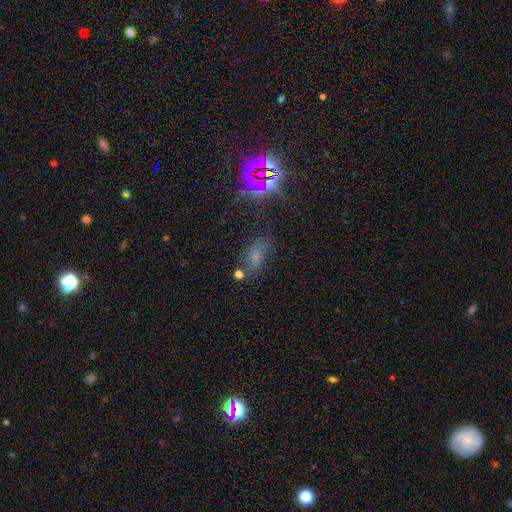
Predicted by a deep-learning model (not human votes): Smooth or featured? smooth (46%)
Merging? none (60%)